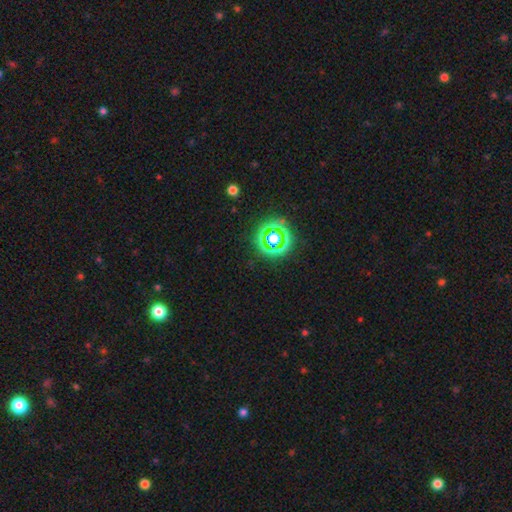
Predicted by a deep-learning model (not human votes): smooth-or-featured: star or artifact: 73% | smooth: 18% | featured or disk: 8%